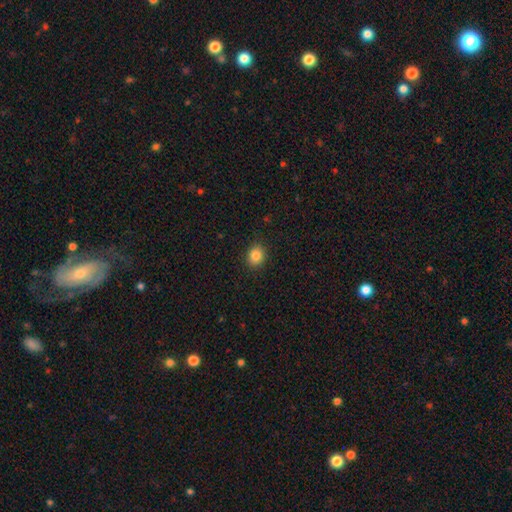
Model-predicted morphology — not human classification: type=smooth (85%); roundness=round (71%); merging=none (89%).